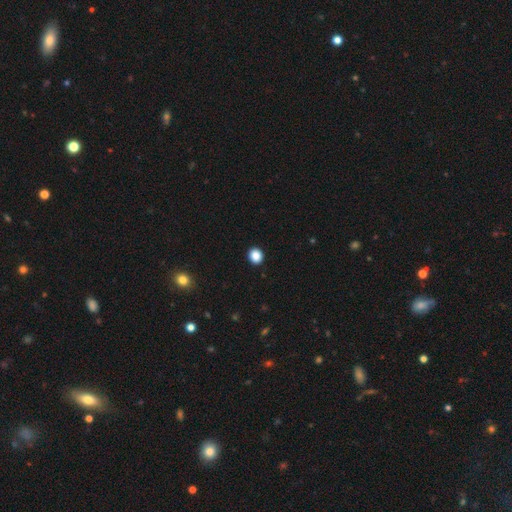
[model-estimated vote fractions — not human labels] A smooth galaxy with no disk features (88%) that is round (82%).

Vote fractions:
- Smooth or featured? smooth: 88% / star or artifact: 10% / featured or disk: 2%
- How rounded? round: 82% / in between: 17% / cigar-shaped: 1%
- Merging? none: 93% / minor disturbance: 5% / major disturbance: 2% / merger: 1%